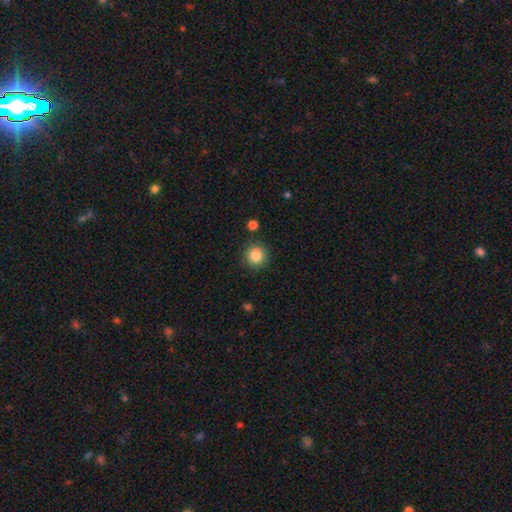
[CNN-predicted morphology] A smooth galaxy with no disk features (85%) that is round (92%).

Vote fractions:
- Smooth or featured? smooth: 85% / star or artifact: 10% / featured or disk: 5%
- How rounded? round: 92% / in between: 7% / cigar-shaped: 1%
- Merging? none: 86% / minor disturbance: 8% / merger: 3% / major disturbance: 2%